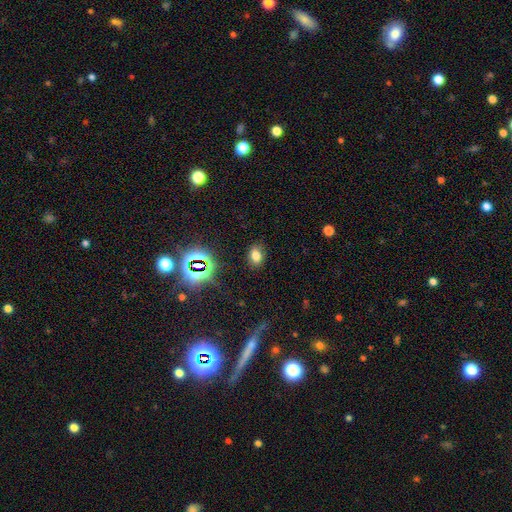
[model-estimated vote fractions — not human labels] This appears to be a smooth galaxy with no disk features (69%) that is in between round and cigar-shaped (75%). Merging: none (84%).